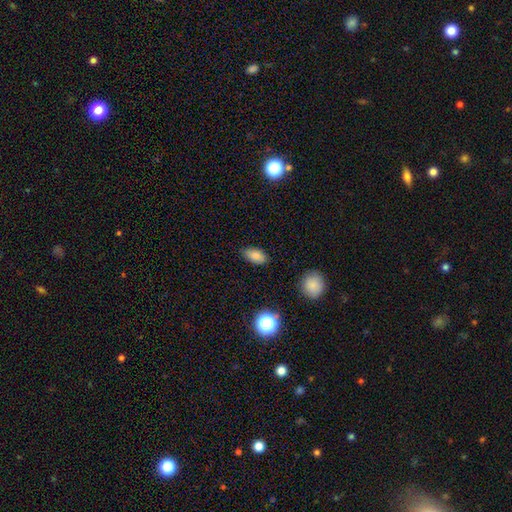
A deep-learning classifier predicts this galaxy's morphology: This is clearly a smooth galaxy (82%). How rounded: clearly in between (90%). Merging: clearly none (84%).